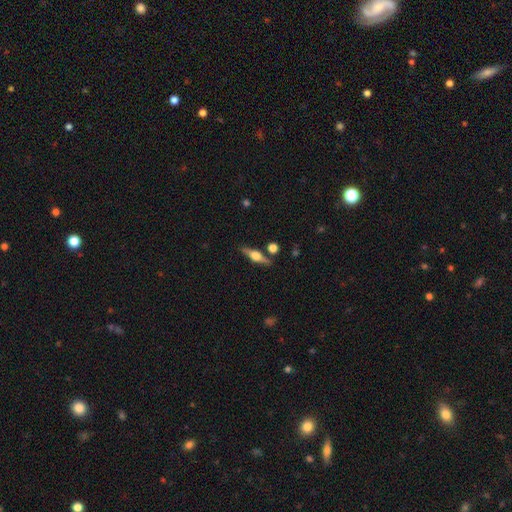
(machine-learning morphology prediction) smooth_or_featured: featured or disk (p=0.73) [alt: smooth p=0.21]
disk_edge_on: yes (p=0.96) [alt: no p=0.04]
edge_on_bulge: rounded (p=0.93) [alt: boxy p=0.06]
merging: none (p=0.84) [alt: minor disturbance p=0.09]